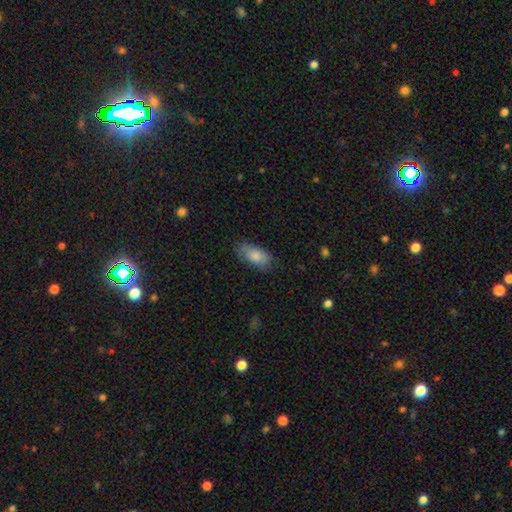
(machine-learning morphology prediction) Overall: smooth (84%). How rounded: in between (90%). Merging: none (73%).